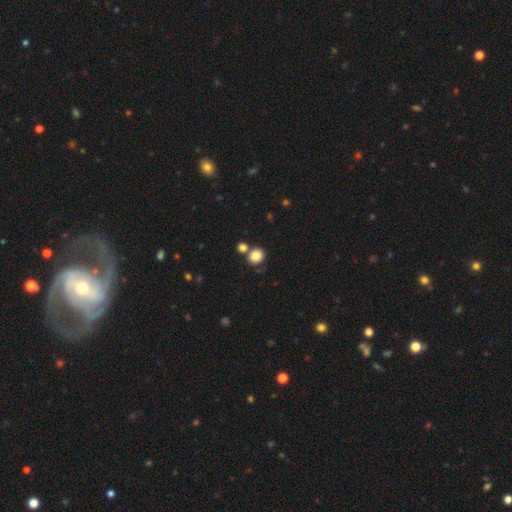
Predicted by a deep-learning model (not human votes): smooth_or_featured: smooth (p=0.83) [alt: star or artifact p=0.10]
how_rounded: round (p=0.76) [alt: in between p=0.23]
merging: none (p=0.63) [alt: merger p=0.23]